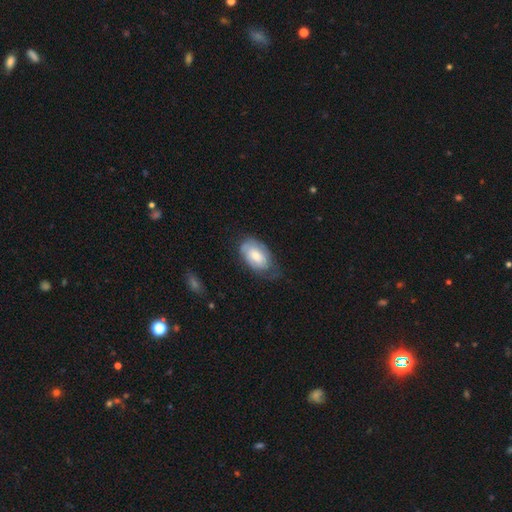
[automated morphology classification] A smooth galaxy with no disk features (58%) that is in between round and cigar-shaped (92%).

Vote fractions:
- Smooth or featured? smooth: 58% / featured or disk: 36% / star or artifact: 6%
- How rounded? in between: 92% / round: 6% / cigar-shaped: 2%
- Merging? none: 49% / minor disturbance: 34% / major disturbance: 15% / merger: 2%